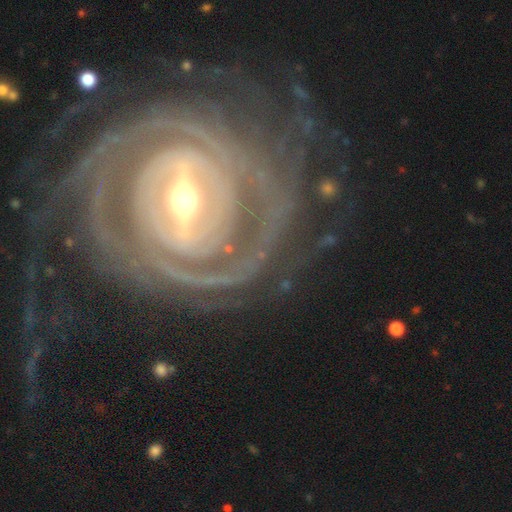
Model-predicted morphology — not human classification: A featured or disk galaxy (91%) with a strong bar (71%), tight (80%) spiral arms (96%) and a moderate central bulge (56%). Merging: none (71%).